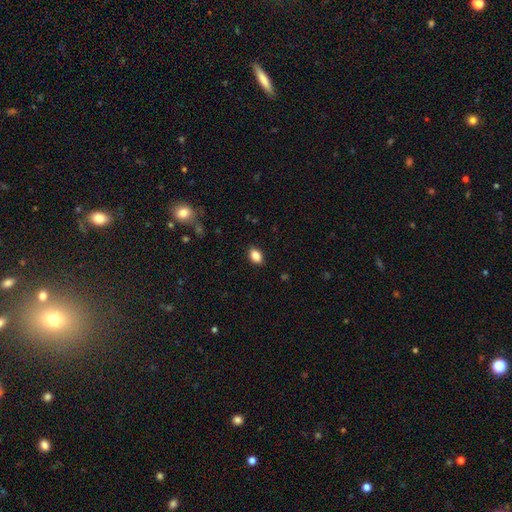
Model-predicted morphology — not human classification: Smooth or featured: smooth — 85% (star or artifact — 9%)
How rounded: in between — 84% (round — 14%)
Merging: none — 88% (minor disturbance — 9%)